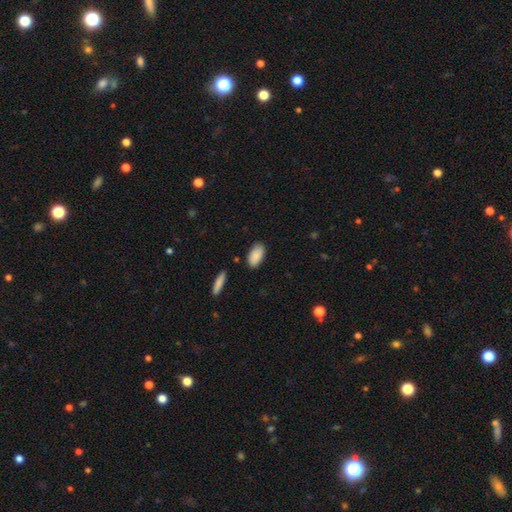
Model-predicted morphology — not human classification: Overall: smooth (88%). How rounded: in between (93%). Merging: none (84%).